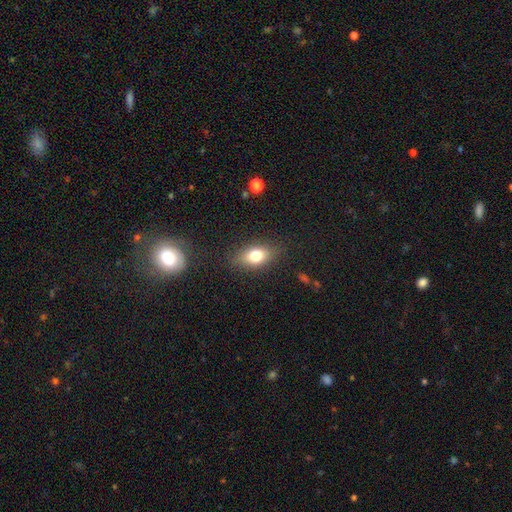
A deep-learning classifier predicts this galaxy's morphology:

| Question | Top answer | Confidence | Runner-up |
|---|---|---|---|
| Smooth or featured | smooth | 76% | featured or disk (15%) |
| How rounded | in between | 81% | round (14%) |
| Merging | none | 82% | minor disturbance (13%) |